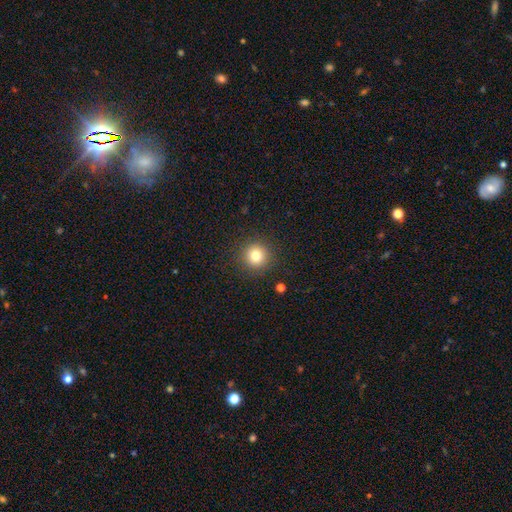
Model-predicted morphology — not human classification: Smooth or featured? smooth (80%)
How rounded? round (95%)
Merging? none (91%)